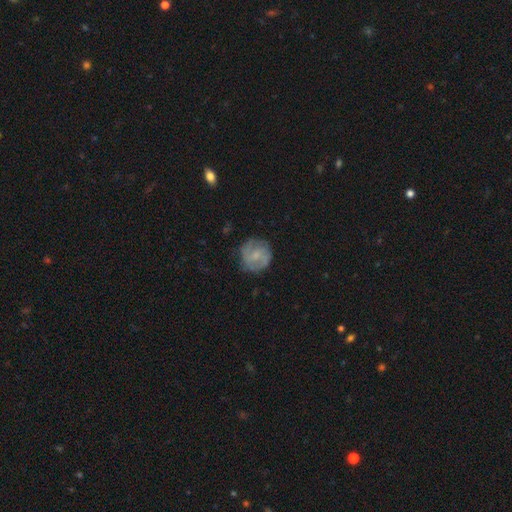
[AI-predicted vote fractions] smooth-or-featured: featured or disk: 48% | smooth: 45% | star or artifact: 7%
  merging: none: 73% | minor disturbance: 19% | major disturbance: 7% | merger: 1%